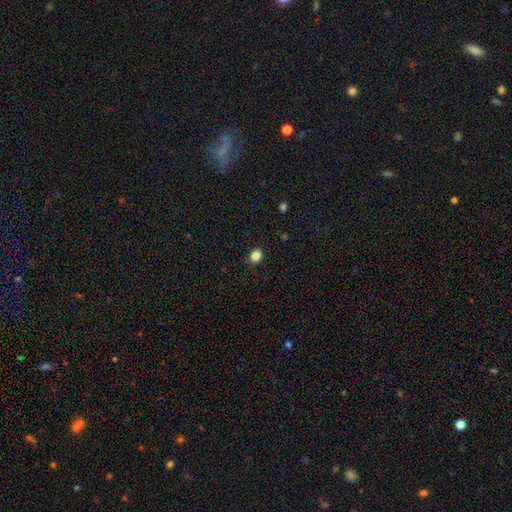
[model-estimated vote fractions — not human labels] Smooth or featured: smooth — 85% (star or artifact — 12%)
How rounded: round — 57% (in between — 42%)
Merging: none — 88% (minor disturbance — 9%)